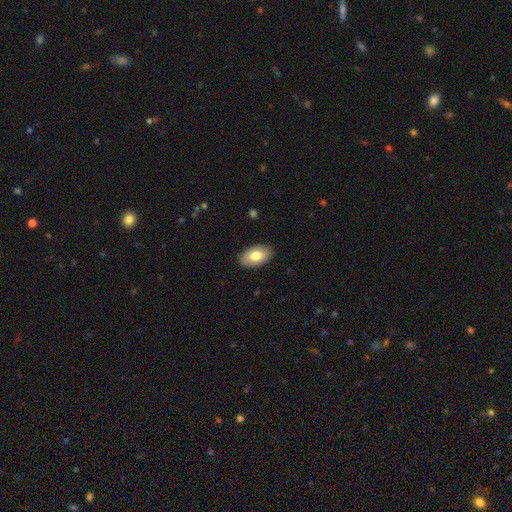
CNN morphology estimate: type=smooth (78%); roundness=in between (94%); merging=none (89%).